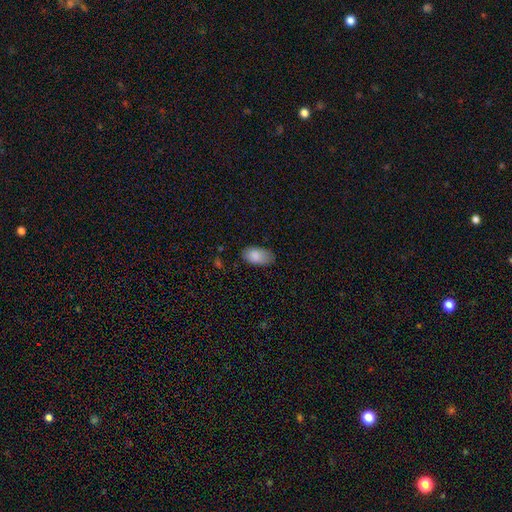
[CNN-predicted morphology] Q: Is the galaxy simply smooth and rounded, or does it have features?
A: smooth — 86%.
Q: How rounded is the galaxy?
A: in between — 94%.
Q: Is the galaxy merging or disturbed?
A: none — 71%.